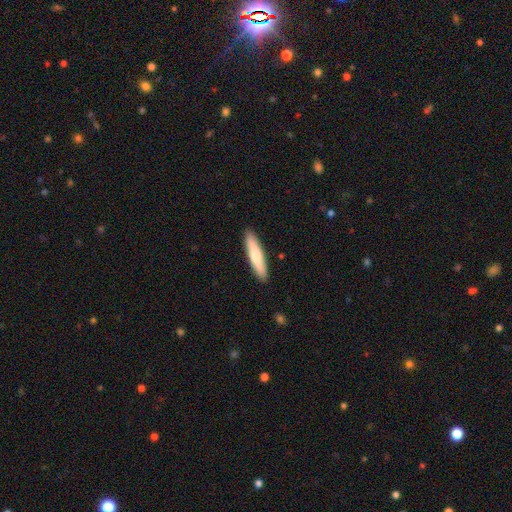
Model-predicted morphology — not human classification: smooth 71%, featured or disk 24%, star or artifact 5%. Down the decision tree: how rounded — cigar-shaped (85%); merging — none (91%).